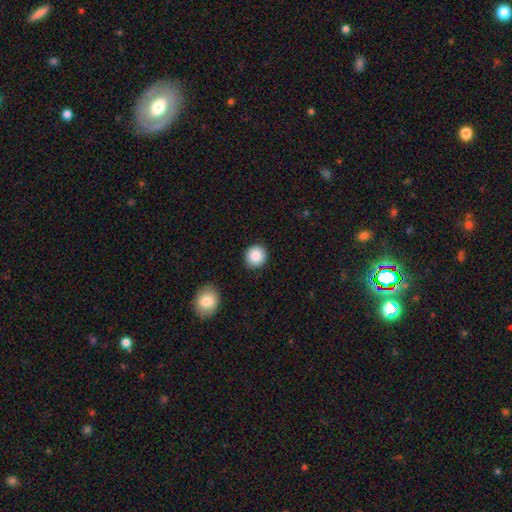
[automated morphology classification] Smooth or featured?
  - smooth: 86% *
  - star or artifact: 8%
  - featured or disk: 5%
How rounded?
  - round: 91% *
  - in between: 8%
  - cigar-shaped: 1%
Merging?
  - none: 90% *
  - minor disturbance: 6%
  - major disturbance: 2%
  - merger: 2%